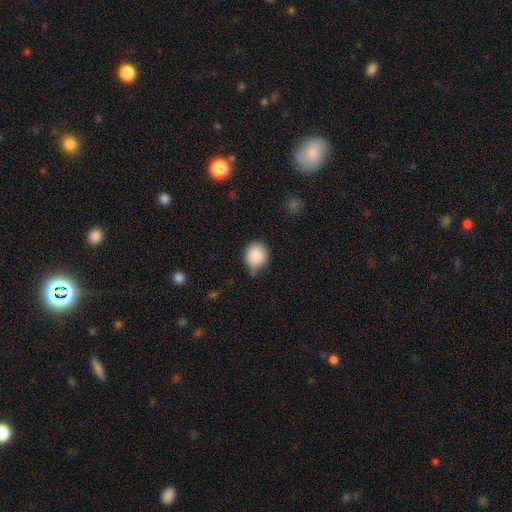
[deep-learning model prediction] Smooth or featured?
  - smooth: 89% *
  - star or artifact: 8%
  - featured or disk: 3%
How rounded?
  - round: 80% *
  - in between: 19%
  - cigar-shaped: 1%
Merging?
  - none: 72% *
  - minor disturbance: 21%
  - major disturbance: 5%
  - merger: 3%